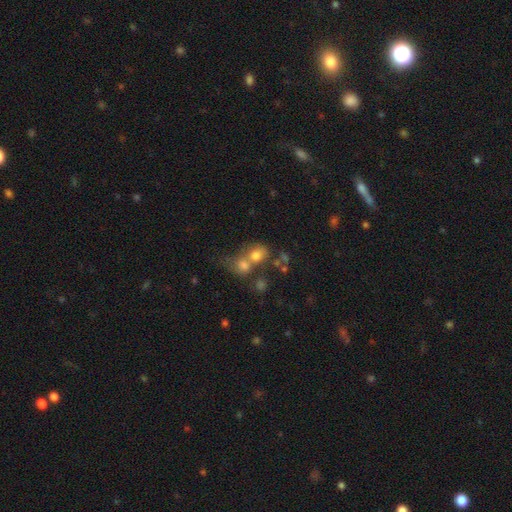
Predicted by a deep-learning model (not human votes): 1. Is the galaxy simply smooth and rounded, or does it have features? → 71% smooth, 17% featured or disk, 12% star or artifact.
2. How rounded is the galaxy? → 57% round, 42% in between, 1% cigar-shaped.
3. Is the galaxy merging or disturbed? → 62% merger, 25% none, 8% minor disturbance, 6% major disturbance.